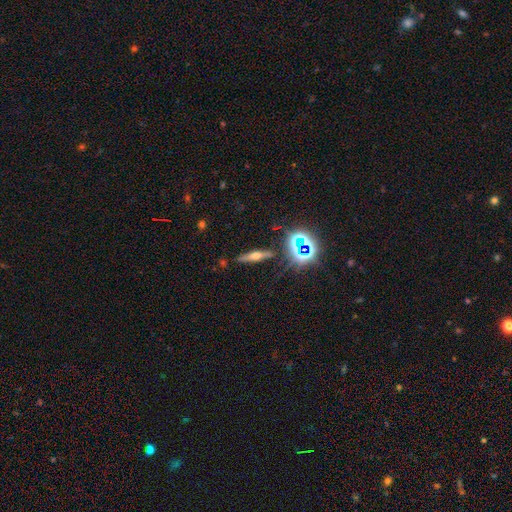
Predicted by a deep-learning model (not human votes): A featured or disk galaxy (49%).

Vote fractions:
- Smooth or featured? featured or disk: 49% / smooth: 31% / star or artifact: 20%
- Merging? none: 84% / minor disturbance: 10% / merger: 3% / major disturbance: 3%